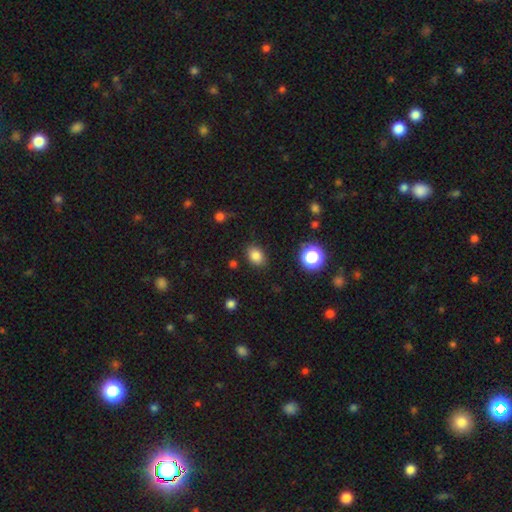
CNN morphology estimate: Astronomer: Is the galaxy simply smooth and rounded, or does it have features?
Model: smooth — 82%.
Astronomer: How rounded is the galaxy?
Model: in between — 64%.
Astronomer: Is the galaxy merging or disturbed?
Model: none — 84%.